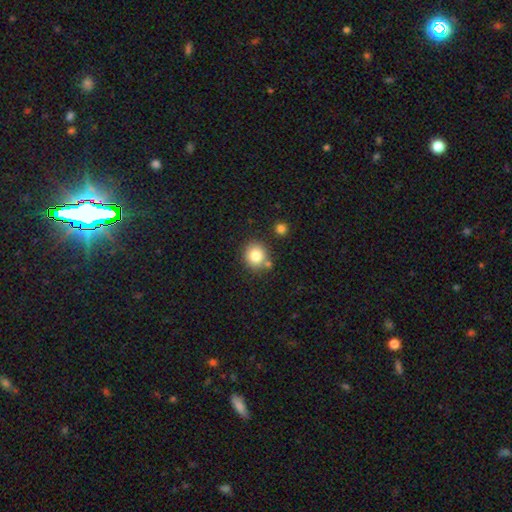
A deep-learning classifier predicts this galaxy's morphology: The model was most divided on "merging": none: 77%, merger: 11%, minor disturbance: 10%, major disturbance: 3%. More confident: how rounded — round (86%); smooth or featured — smooth (82%).